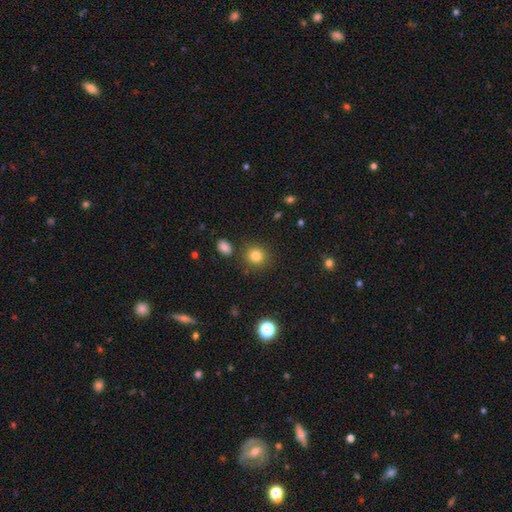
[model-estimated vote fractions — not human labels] This is clearly a smooth galaxy (82%). How rounded: clearly round (88%). Merging: clearly none (86%).